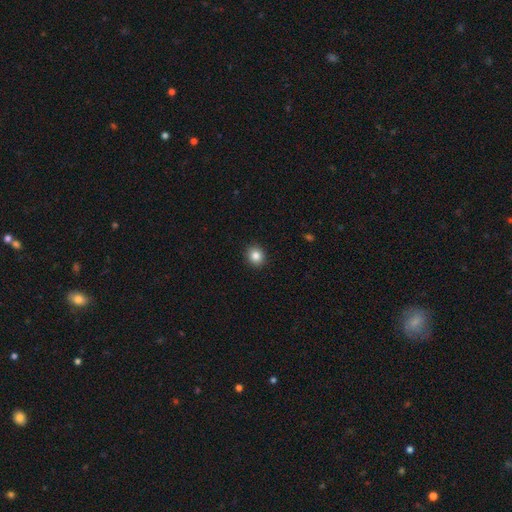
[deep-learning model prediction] Smooth or featured?
  - smooth: 84% *
  - star or artifact: 10%
  - featured or disk: 6%
How rounded?
  - round: 78% *
  - in between: 21%
  - cigar-shaped: 1%
Merging?
  - none: 92% *
  - minor disturbance: 6%
  - major disturbance: 2%
  - merger: 1%